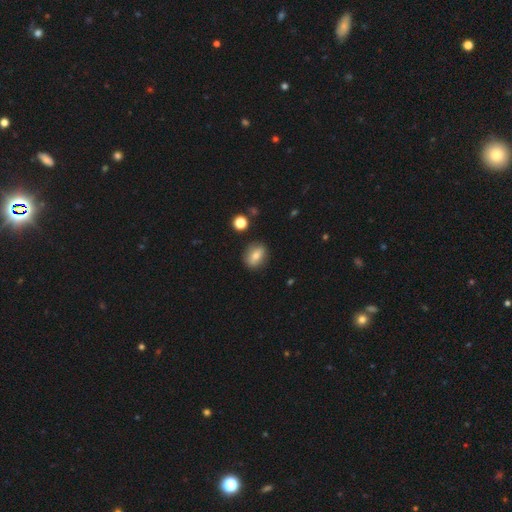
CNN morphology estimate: Smooth or featured? smooth (70%)
How rounded? in between (61%)
Merging? none (85%)